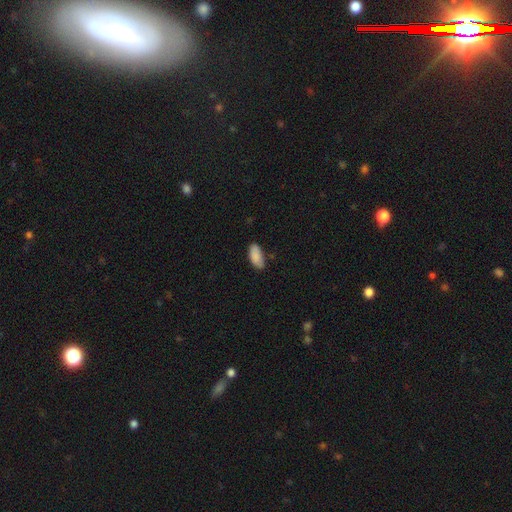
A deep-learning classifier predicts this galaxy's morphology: smooth 88%, star or artifact 6%, featured or disk 6%. Down the decision tree: how rounded — in between (92%); merging — none (78%).